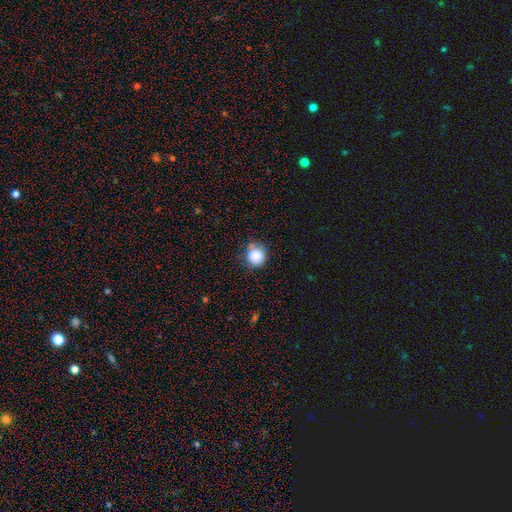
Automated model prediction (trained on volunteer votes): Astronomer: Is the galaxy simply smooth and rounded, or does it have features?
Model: smooth — 86%.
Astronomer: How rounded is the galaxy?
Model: round — 88%.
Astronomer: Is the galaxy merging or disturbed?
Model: none — 68%.